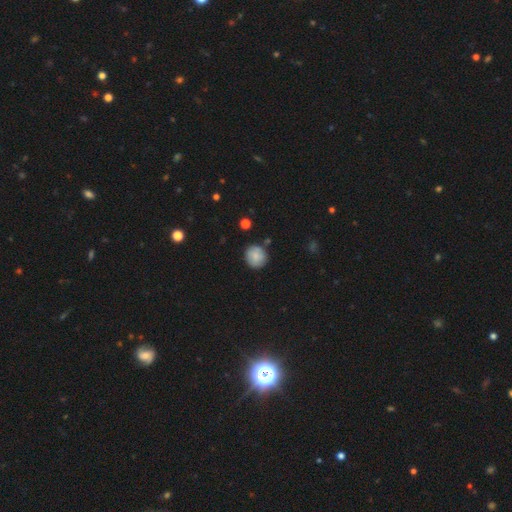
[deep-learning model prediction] The model was most divided on "merging": none: 82%, minor disturbance: 12%, merger: 3%, major disturbance: 3%. More confident: how rounded — round (91%); smooth or featured — smooth (82%).